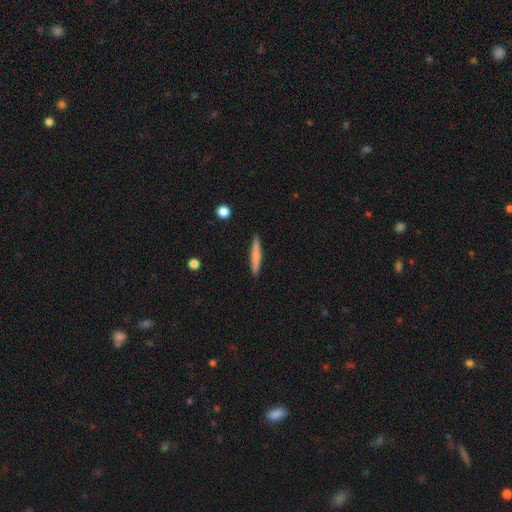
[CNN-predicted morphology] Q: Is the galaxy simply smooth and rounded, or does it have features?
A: smooth — 69%.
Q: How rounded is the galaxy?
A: cigar-shaped — 94%.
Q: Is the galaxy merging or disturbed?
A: none — 90%.